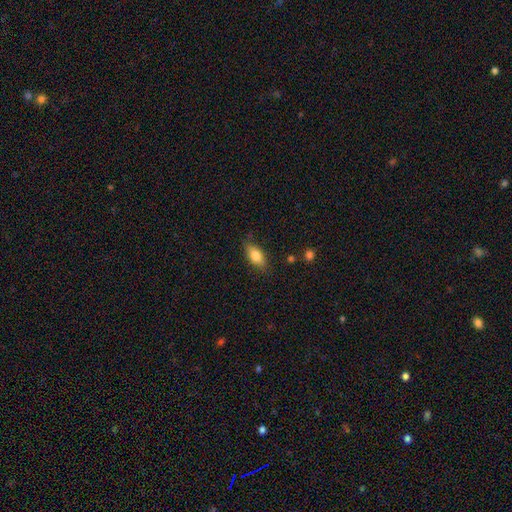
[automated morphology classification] Smooth or featured: smooth — 80% (featured or disk — 13%)
How rounded: in between — 85% (cigar-shaped — 11%)
Merging: none — 79% (minor disturbance — 16%)